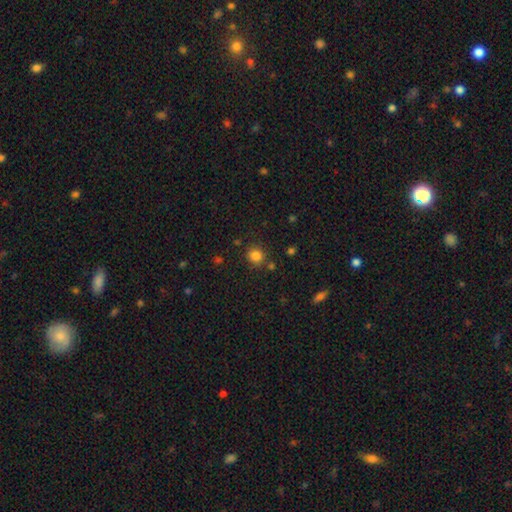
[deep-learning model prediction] This is clearly a smooth galaxy (83%). How rounded: clearly round (86%). Merging: clearly none (82%).